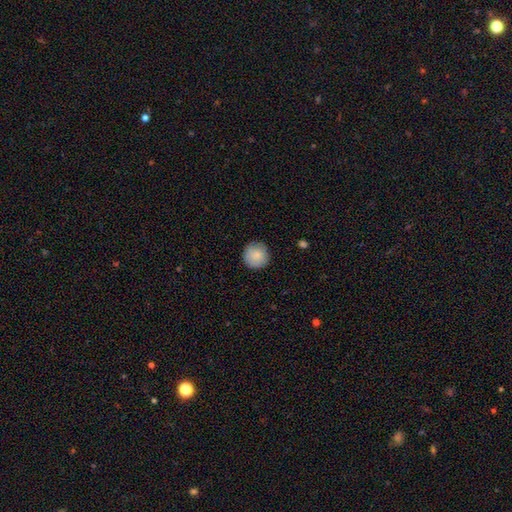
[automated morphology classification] Smooth or featured: smooth — 86% (star or artifact — 7%)
How rounded: round — 95% (in between — 4%)
Merging: none — 90% (minor disturbance — 7%)